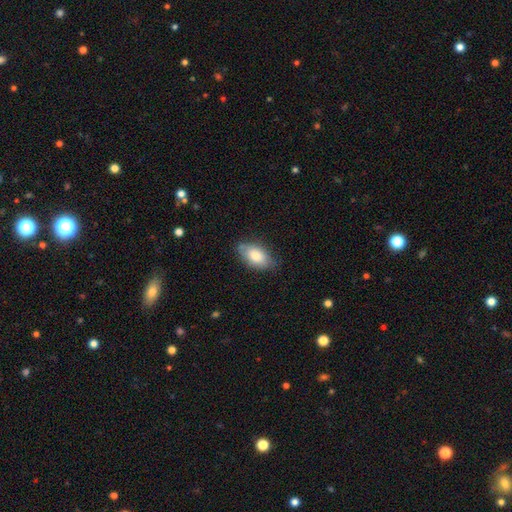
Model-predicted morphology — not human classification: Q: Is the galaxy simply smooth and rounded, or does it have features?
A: smooth — 75%.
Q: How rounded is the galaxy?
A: in between — 92%.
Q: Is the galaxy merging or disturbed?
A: none — 73%.